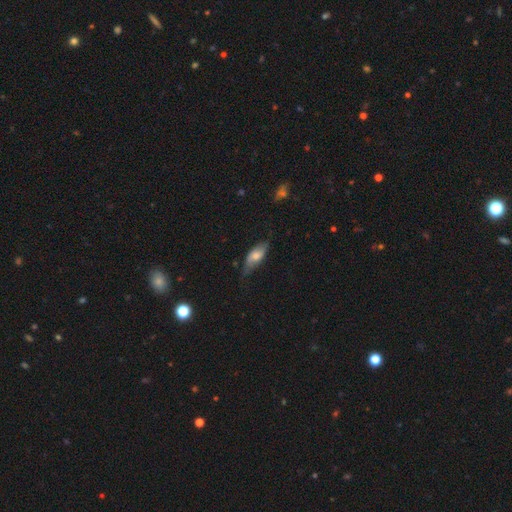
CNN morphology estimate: This is possibly a smooth galaxy (59%). How rounded: likely in between (78%). Merging: likely none (60%).